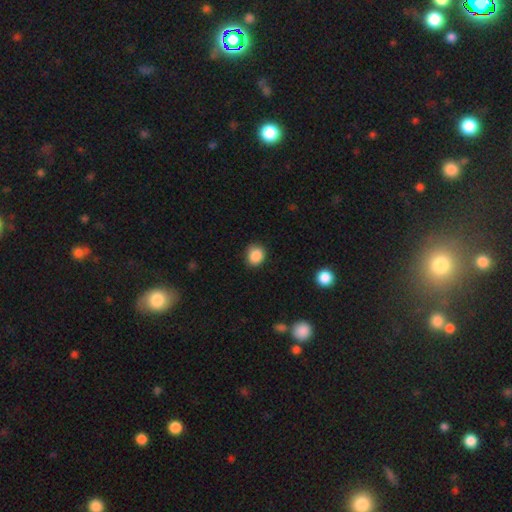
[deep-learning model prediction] Overall: smooth (87%). How rounded: round (75%). Merging: none (82%).